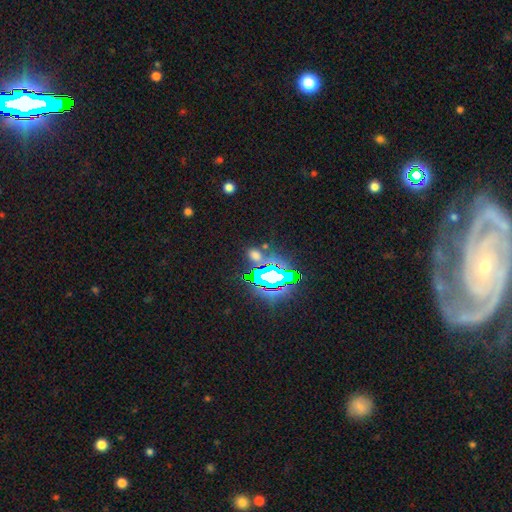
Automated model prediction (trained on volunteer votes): Smooth or featured?
  - star or artifact: 52% *
  - smooth: 40%
  - featured or disk: 9%